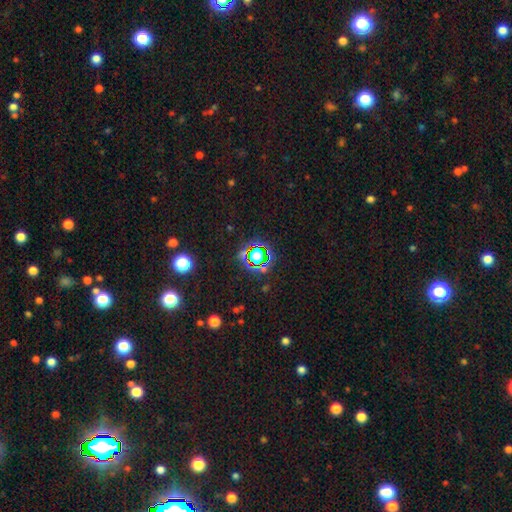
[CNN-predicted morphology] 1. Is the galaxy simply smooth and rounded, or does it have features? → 67% star or artifact, 22% smooth, 11% featured or disk.